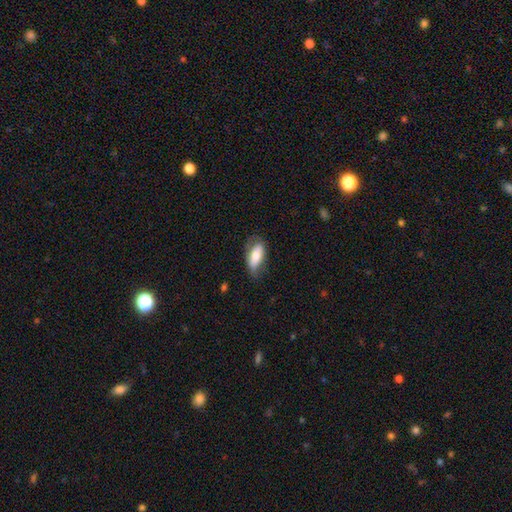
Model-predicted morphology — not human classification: Overall: smooth (67%). How rounded: in between (83%). Merging: none (62%; minor disturbance 27%).